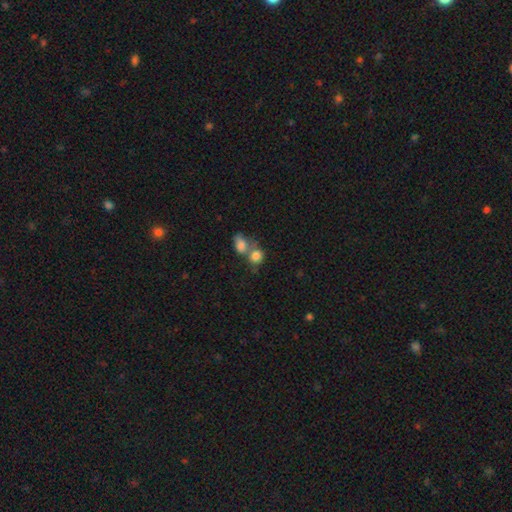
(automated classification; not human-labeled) The model was most divided on "how rounded": round: 62%, in between: 36%, cigar-shaped: 1%. More confident: smooth or featured — smooth (81%); merging — merger (57%).